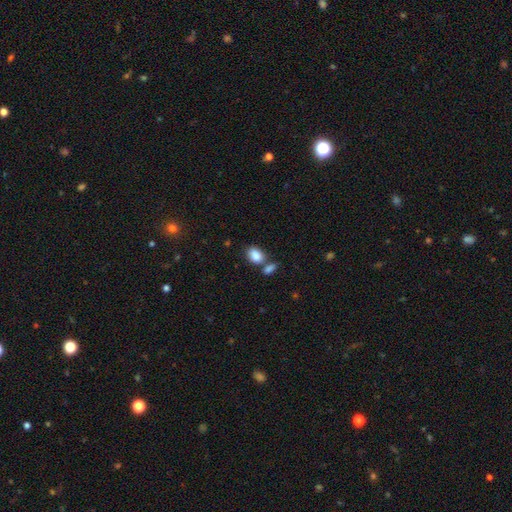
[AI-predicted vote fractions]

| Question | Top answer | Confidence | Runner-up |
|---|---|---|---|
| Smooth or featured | smooth | 86% | star or artifact (8%) |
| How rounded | in between | 82% | round (16%) |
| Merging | none | 49% | merger (34%) |